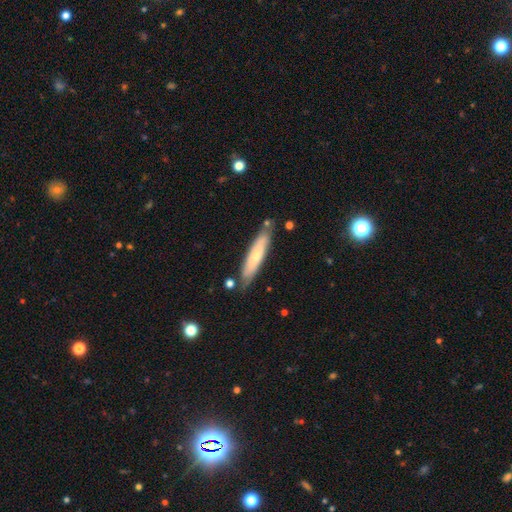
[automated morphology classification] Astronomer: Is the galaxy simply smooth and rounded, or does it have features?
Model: smooth — 58% (runner-up: featured or disk, 36%).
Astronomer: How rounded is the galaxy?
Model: cigar-shaped — 84%.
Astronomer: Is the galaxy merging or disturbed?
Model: none — 78%.